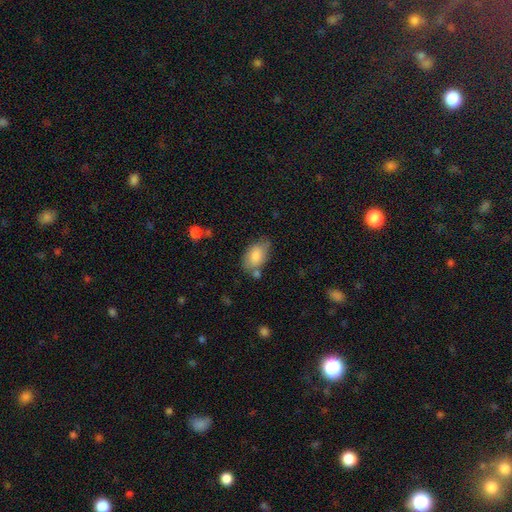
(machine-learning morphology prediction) type=smooth (80%); roundness=in between (92%); merging=none (59%).